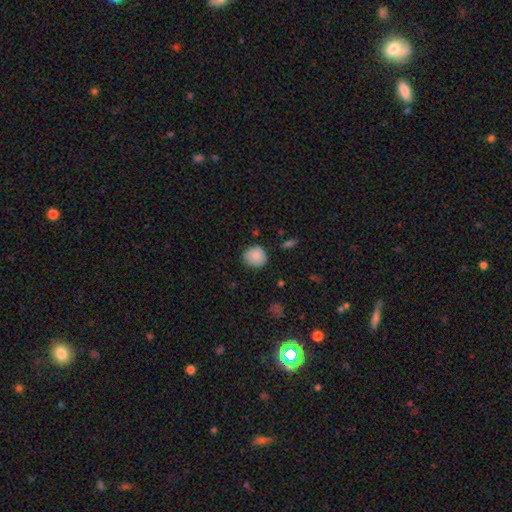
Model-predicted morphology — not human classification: This is clearly a smooth galaxy (87%). How rounded: clearly round (89%). Merging: clearly none (83%).